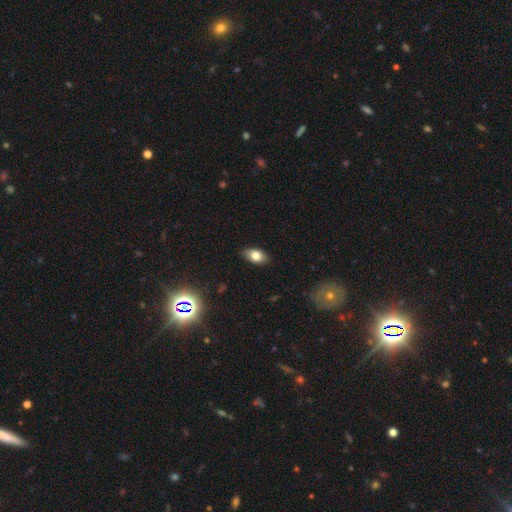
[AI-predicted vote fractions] Morphology: type=smooth (78%); roundness=in between (89%); merging=none (87%).